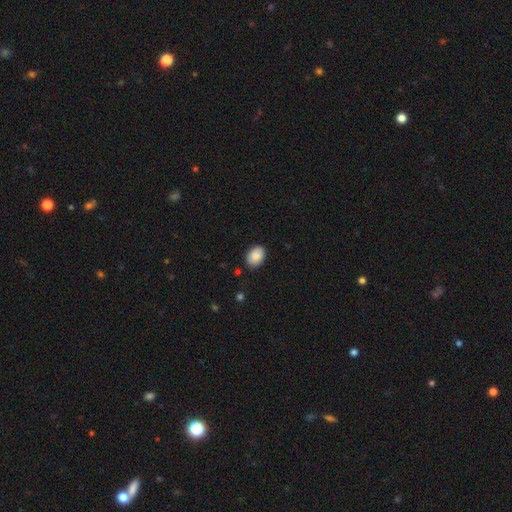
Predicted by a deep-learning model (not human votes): smooth-or-featured: smooth: 87% | star or artifact: 7% | featured or disk: 6%
  how-rounded: in between: 78% | round: 21% | cigar-shaped: 1%
  merging: none: 87% | minor disturbance: 10% | major disturbance: 2% | merger: 1%